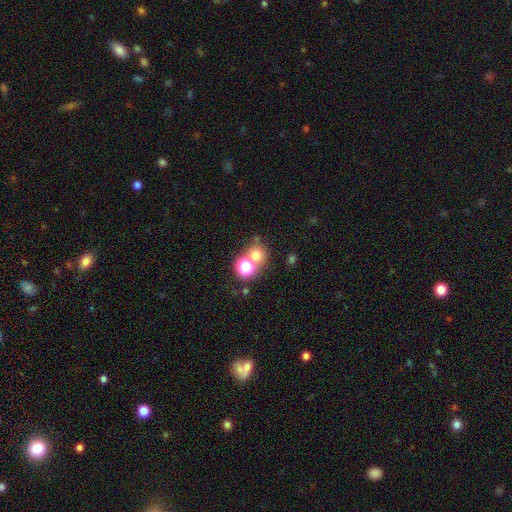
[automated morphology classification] smooth-or-featured: smooth: 65% | star or artifact: 24% | featured or disk: 11%
  how-rounded: round: 82% | in between: 17% | cigar-shaped: 1%
  merging: none: 55% | merger: 33% | minor disturbance: 8% | major disturbance: 5%